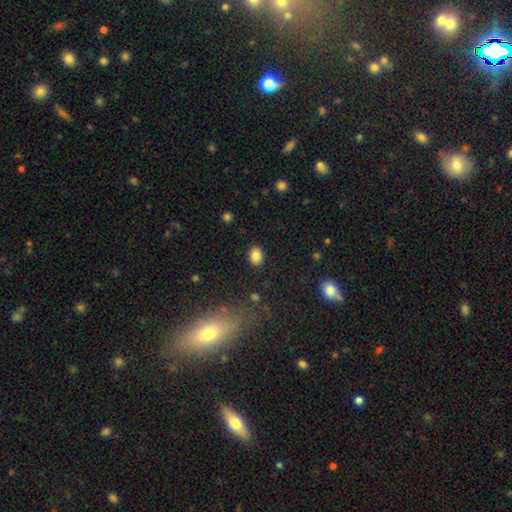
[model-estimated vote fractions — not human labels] A smooth galaxy with no disk features (83%) that is in between round and cigar-shaped (62%). Merging: none (87%).